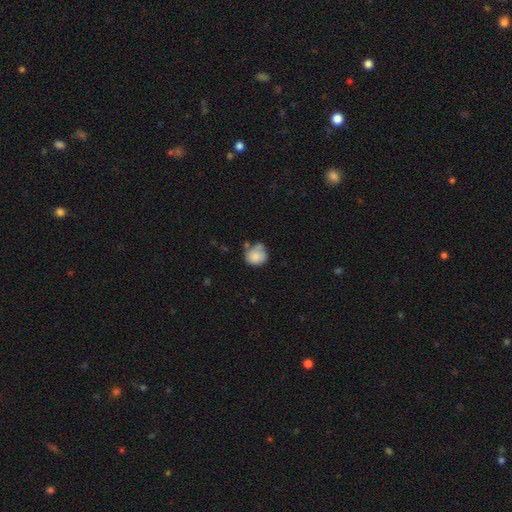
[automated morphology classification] Smooth or featured: smooth — 82% (featured or disk — 10%)
How rounded: round — 84% (in between — 15%)
Merging: none — 53% (minor disturbance — 26%)